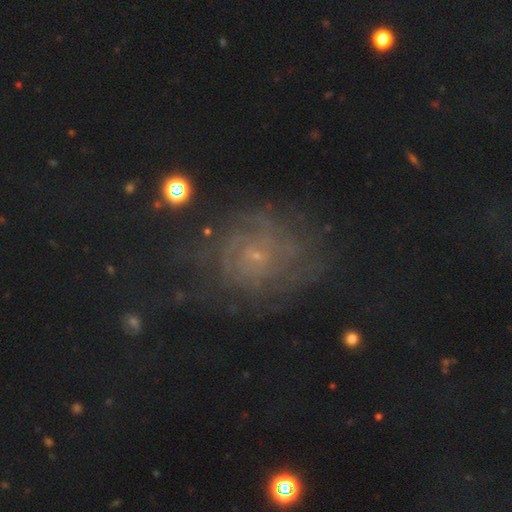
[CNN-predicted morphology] Smooth or featured? featured or disk (68%)
Edge-on disk? no (97%)
Bar? no (75%)
Spiral arms? yes (85%)
Spiral winding? tight (59%)
Spiral arm count? can't tell (50%)
Bulge size? small (80%)
Merging? none (68%)